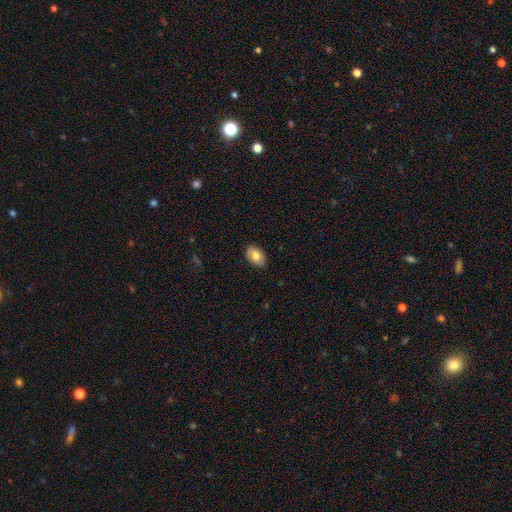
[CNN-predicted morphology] Smooth or featured? smooth (75%)
How rounded? in between (88%)
Merging? none (85%)